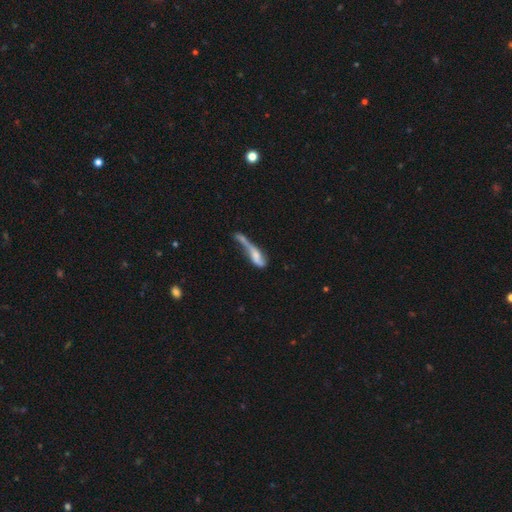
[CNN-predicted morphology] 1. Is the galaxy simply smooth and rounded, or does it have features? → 46% smooth, 45% featured or disk, 9% star or artifact.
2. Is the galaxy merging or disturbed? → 41% merger, 29% major disturbance, 15% none, 14% minor disturbance.